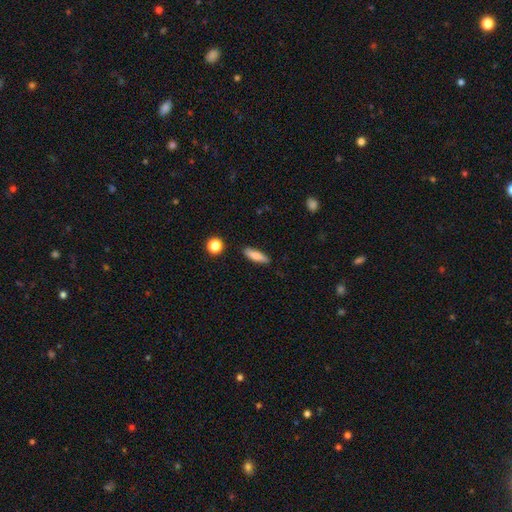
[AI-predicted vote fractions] Q: Smooth or featured?
A: smooth (80%); runner-up: featured or disk (13%)
Q: How rounded?
A: cigar-shaped (59%); runner-up: in between (38%)
Q: Merging?
A: none (85%); runner-up: minor disturbance (11%)